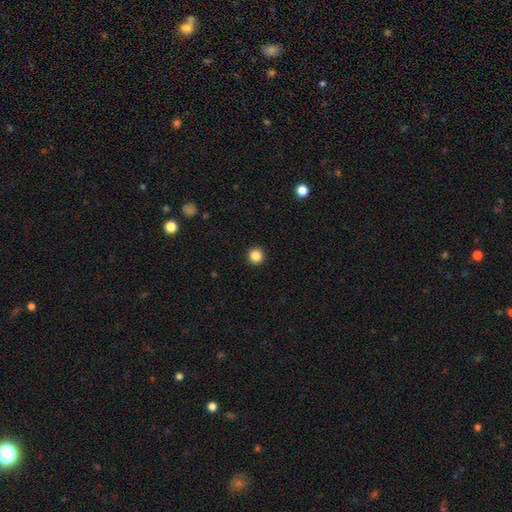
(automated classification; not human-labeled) Smooth or featured: smooth — 86% (star or artifact — 11%)
How rounded: round — 96% (in between — 3%)
Merging: none — 94% (minor disturbance — 4%)